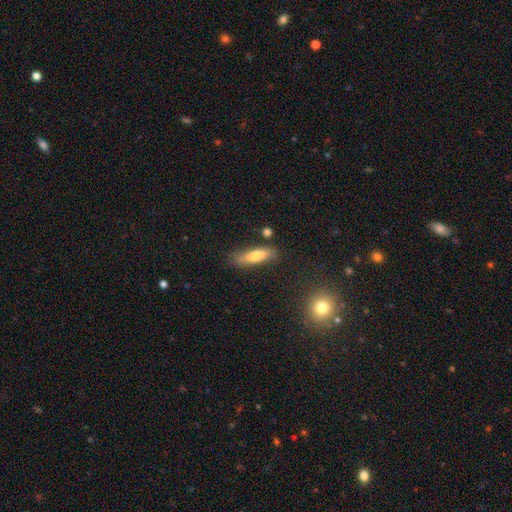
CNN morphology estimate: This is likely a smooth galaxy (71%). How rounded: likely cigar-shaped (63%). Merging: likely none (74%).